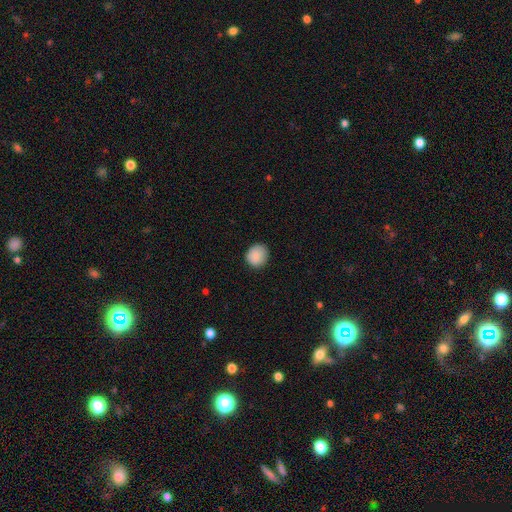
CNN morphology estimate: The model was most divided on "how rounded": round: 84%, in between: 15%, cigar-shaped: 1%. More confident: smooth or featured — smooth (89%); merging — none (84%).